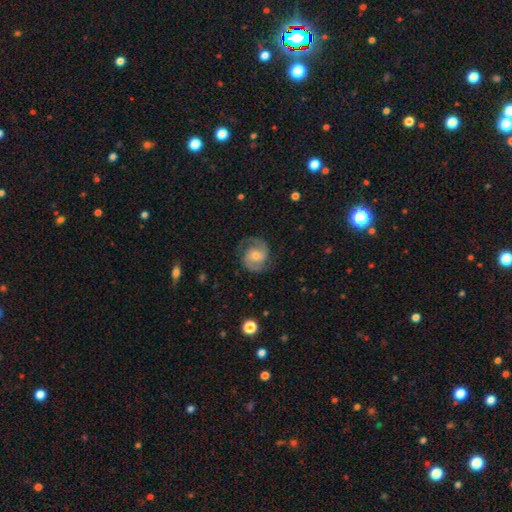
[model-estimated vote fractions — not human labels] Morphology: type=featured or disk (88%); edge-on=no (98%); bar=no (50%); spiral arms=yes (97%); winding=medium (55%); arm count=2 (93%); bulge=moderate (46%); merging=none (81%).